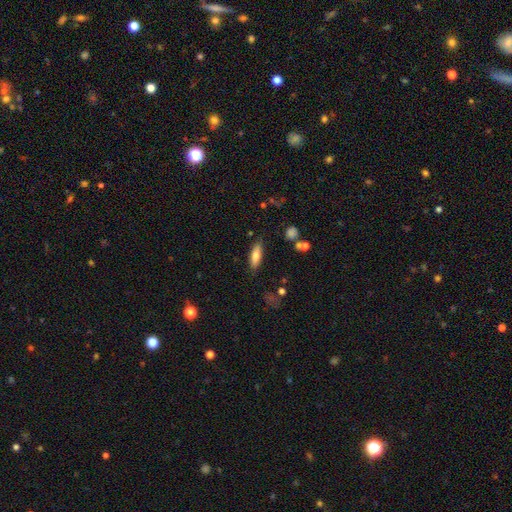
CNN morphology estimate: Smooth or featured? smooth (73%)
How rounded? in between (51%)
Merging? none (82%)